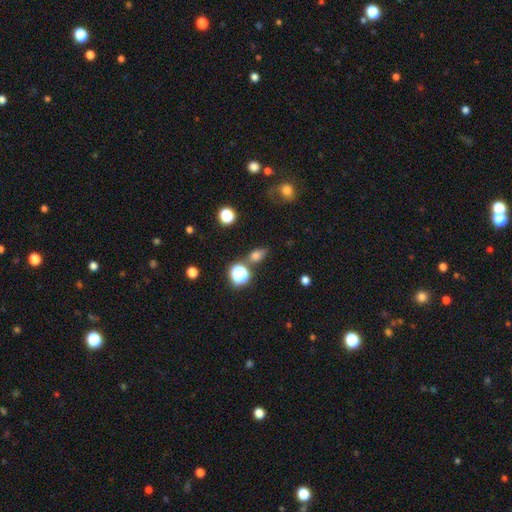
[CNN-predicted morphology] smooth-or-featured: smooth: 68% | star or artifact: 21% | featured or disk: 11%
  how-rounded: in between: 62% | round: 34% | cigar-shaped: 5%
  merging: none: 70% | minor disturbance: 16% | merger: 9% | major disturbance: 6%